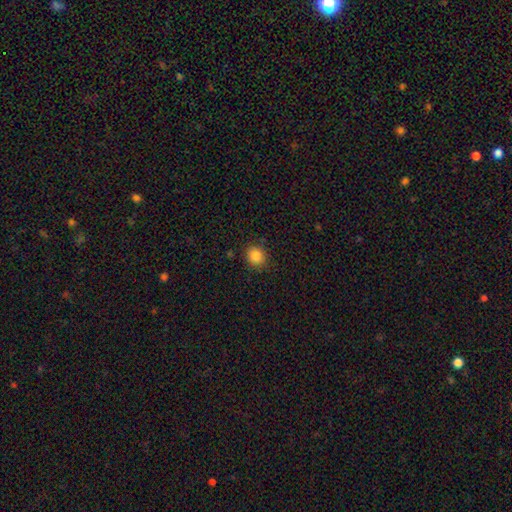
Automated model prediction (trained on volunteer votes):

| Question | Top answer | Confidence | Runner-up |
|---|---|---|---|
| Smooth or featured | smooth | 86% | star or artifact (10%) |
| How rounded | round | 79% | in between (20%) |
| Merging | none | 87% | minor disturbance (9%) |